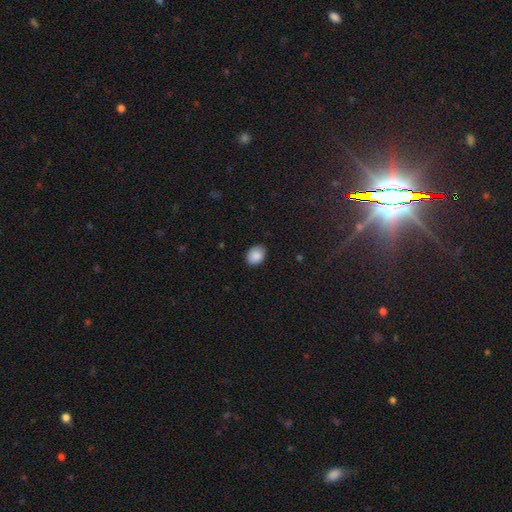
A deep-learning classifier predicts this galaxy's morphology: smooth_or_featured: smooth (p=0.89) [alt: star or artifact p=0.08]
how_rounded: in between (p=0.64) [alt: round p=0.35]
merging: none (p=0.86) [alt: minor disturbance p=0.11]